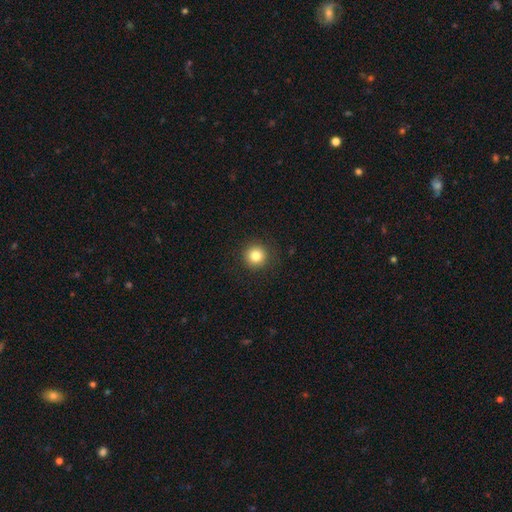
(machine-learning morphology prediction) Smooth or featured: smooth — 82% (star or artifact — 11%)
How rounded: round — 95% (in between — 4%)
Merging: none — 91% (minor disturbance — 6%)